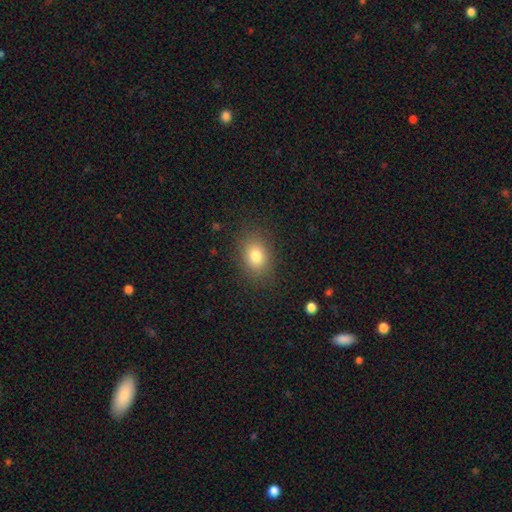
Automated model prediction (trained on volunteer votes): Morphology: type=smooth (80%); roundness=in between (67%); merging=none (85%).